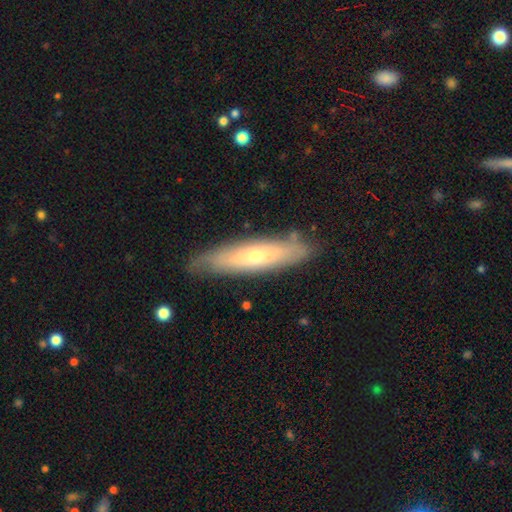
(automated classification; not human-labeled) This is possibly a smooth galaxy (47%, tied with featured or disk). Merging: clearly none (81%).